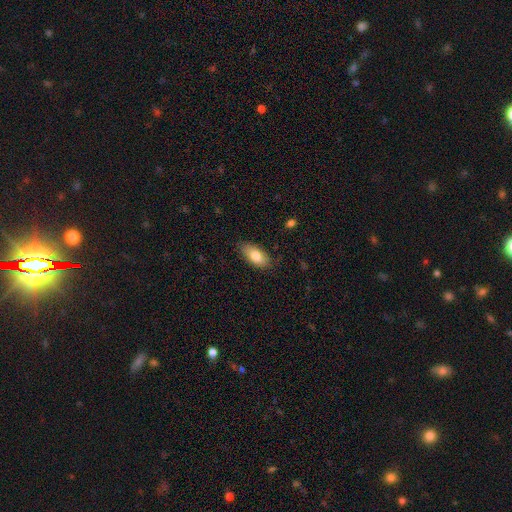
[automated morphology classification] The model was most divided on "smooth or featured": smooth: 78%, featured or disk: 15%, star or artifact: 7%. More confident: how rounded — in between (88%); merging — none (82%).